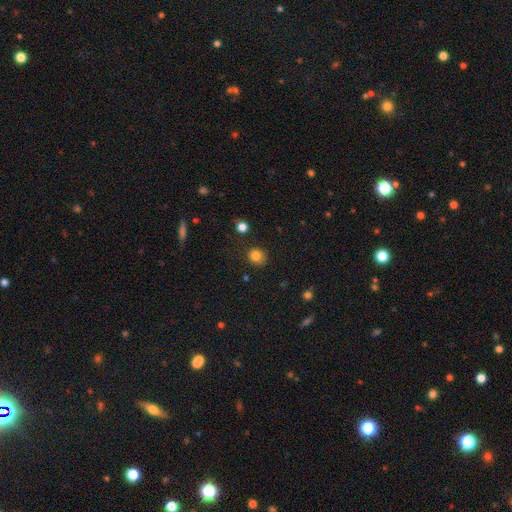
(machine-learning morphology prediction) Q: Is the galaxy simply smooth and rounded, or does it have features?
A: smooth — 82%.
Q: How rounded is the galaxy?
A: round — 78%.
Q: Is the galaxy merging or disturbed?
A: none — 81%.